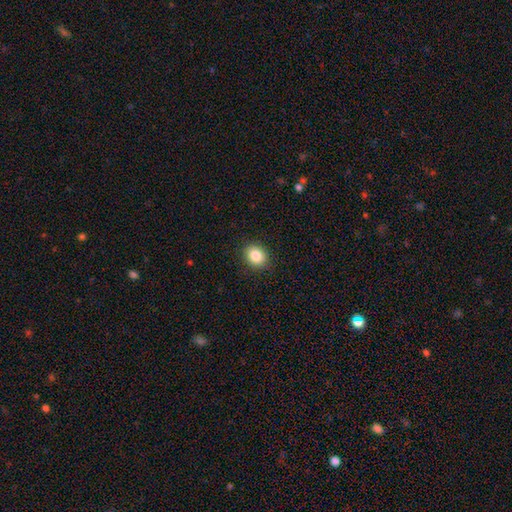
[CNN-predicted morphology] This appears to be a smooth galaxy with no disk features (85%) that is round (60%). Merging: none (90%).